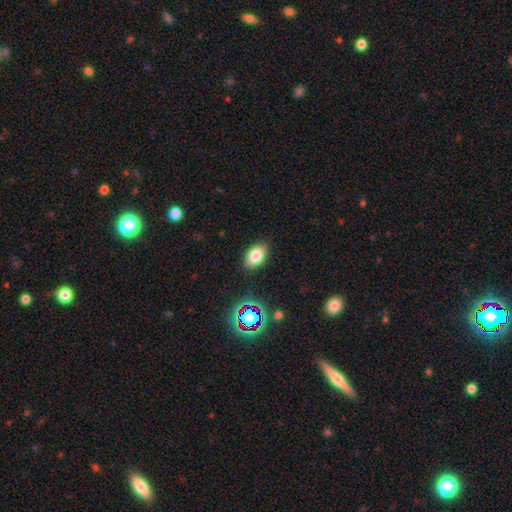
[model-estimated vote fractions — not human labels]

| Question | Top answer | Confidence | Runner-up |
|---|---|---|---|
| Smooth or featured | smooth | 81% | star or artifact (11%) |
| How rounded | in between | 90% | round (9%) |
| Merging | none | 87% | minor disturbance (9%) |